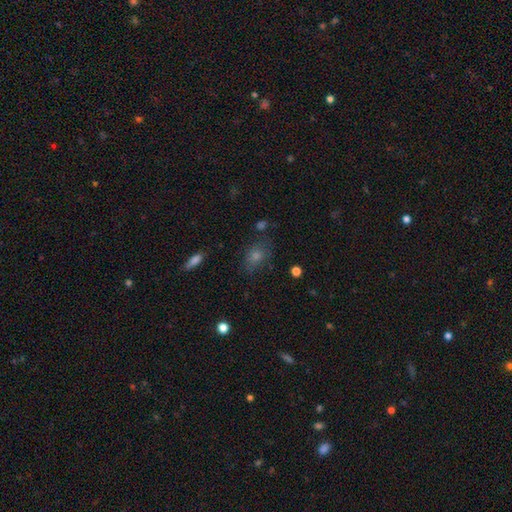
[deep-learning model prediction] Smooth or featured: smooth — 57% (star or artifact — 27%)
How rounded: in between — 63% (round — 34%)
Merging: none — 74% (minor disturbance — 16%)